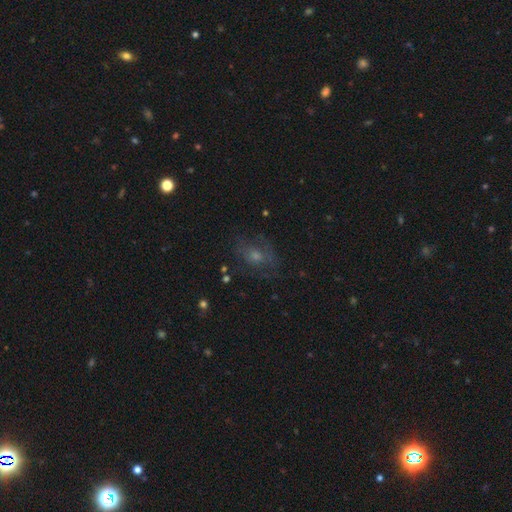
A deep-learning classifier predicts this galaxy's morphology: Q: Smooth or featured?
A: featured or disk (41%); runner-up: smooth (37%)
Q: Merging?
A: none (65%); runner-up: minor disturbance (19%)